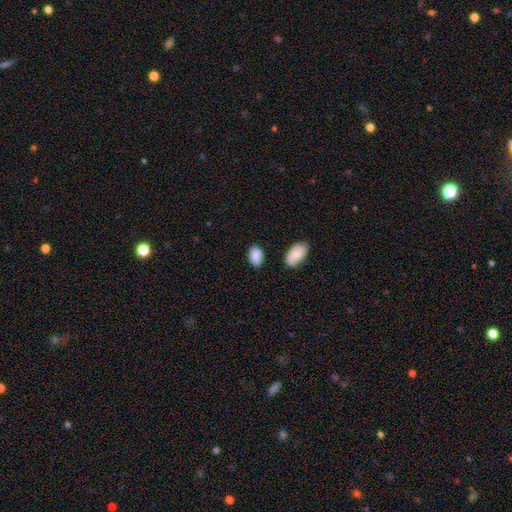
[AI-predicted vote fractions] smooth_or_featured: smooth (p=0.87) [alt: star or artifact p=0.07]
how_rounded: in between (p=0.90) [alt: round p=0.08]
merging: none (p=0.80) [alt: minor disturbance p=0.13]